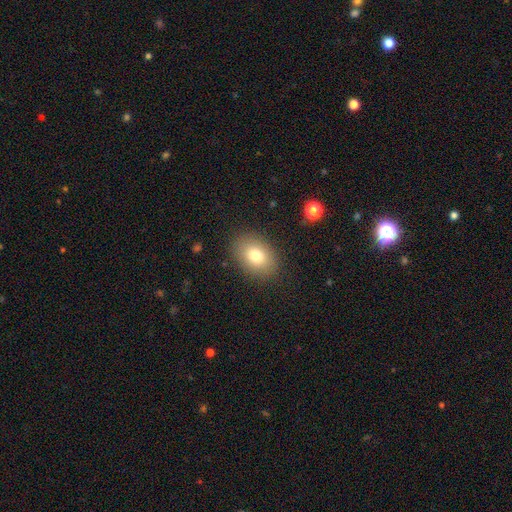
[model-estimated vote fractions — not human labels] This appears to be a smooth galaxy with no disk features (80%) that is in between round and cigar-shaped (78%). Merging: none (87%).